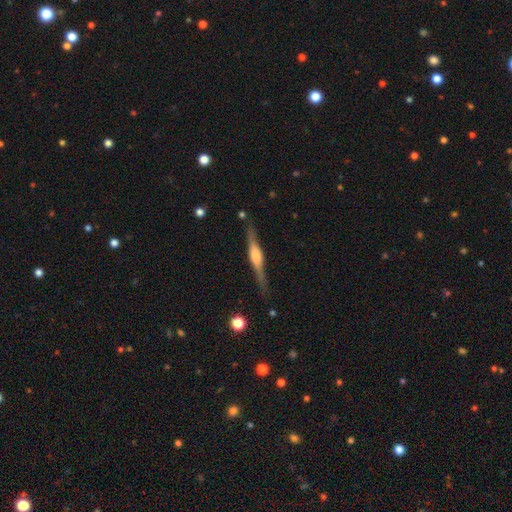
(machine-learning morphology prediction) The model was most divided on "edge-on bulge": rounded: 69%, boxy: 27%, none: 5%. More confident: edge-on disk — yes (97%); merging — none (84%); smooth or featured — featured or disk (73%).